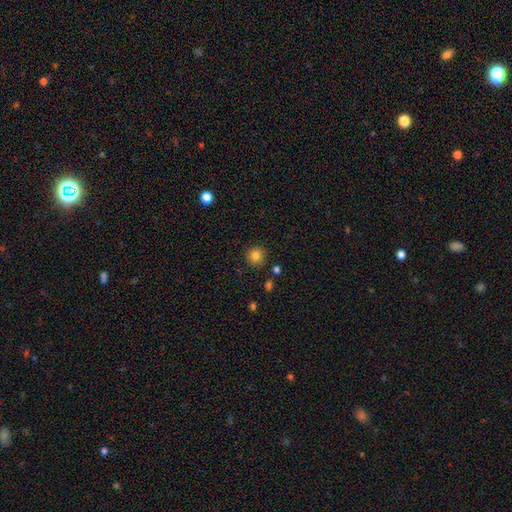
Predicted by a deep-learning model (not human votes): smooth_or_featured: smooth (p=0.83) [alt: star or artifact p=0.11]
how_rounded: round (p=0.93) [alt: in between p=0.06]
merging: none (p=0.89) [alt: minor disturbance p=0.06]